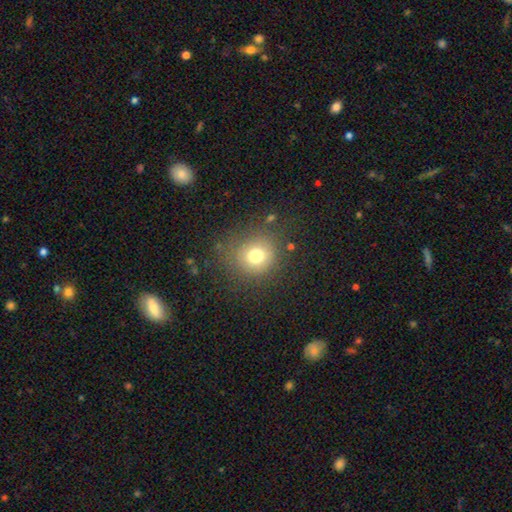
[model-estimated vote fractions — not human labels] Morphology: type=smooth (74%); roundness=round (86%); merging=none (80%).